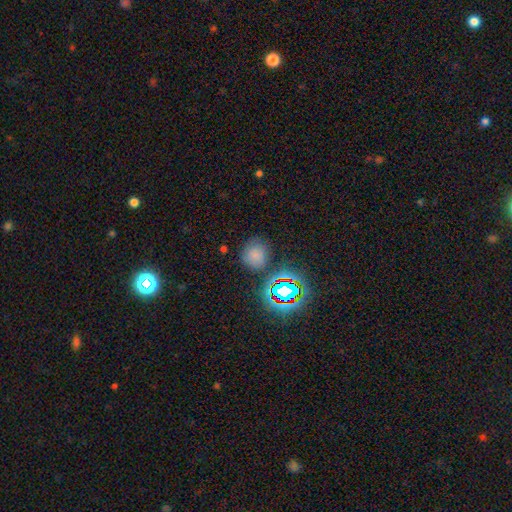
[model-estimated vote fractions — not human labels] Smooth or featured? smooth (65%)
How rounded? round (80%)
Merging? none (75%)